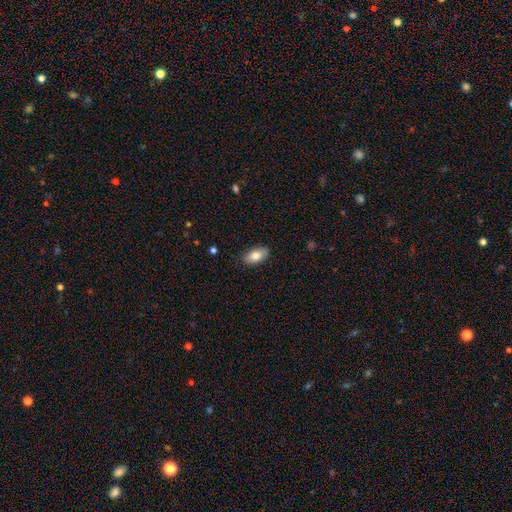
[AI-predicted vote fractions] smooth-or-featured: smooth: 80% | featured or disk: 13% | star or artifact: 7%
  how-rounded: in between: 92% | round: 4% | cigar-shaped: 3%
  merging: none: 87% | minor disturbance: 10% | major disturbance: 2% | merger: 1%